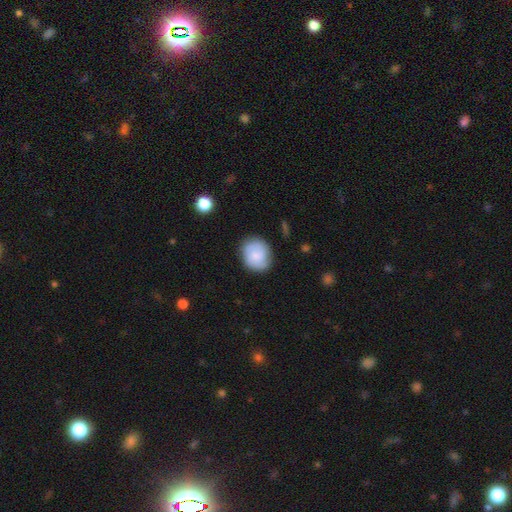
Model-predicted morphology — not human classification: Smooth or featured: smooth — 66% (featured or disk — 27%)
How rounded: round — 72% (in between — 27%)
Merging: none — 78% (minor disturbance — 16%)